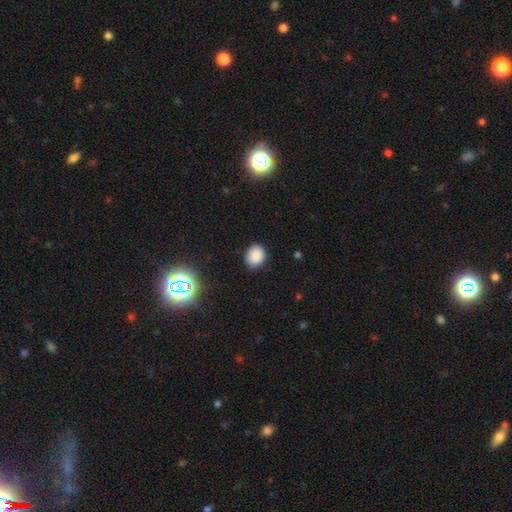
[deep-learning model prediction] Q: Smooth or featured?
A: smooth (84%); runner-up: star or artifact (12%)
Q: How rounded?
A: round (53%); runner-up: in between (46%)
Q: Merging?
A: none (85%); runner-up: minor disturbance (11%)